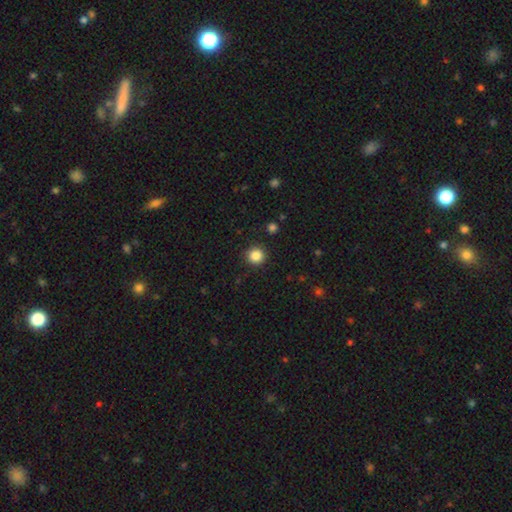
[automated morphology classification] Overall: smooth (85%). How rounded: round (94%). Merging: none (92%).